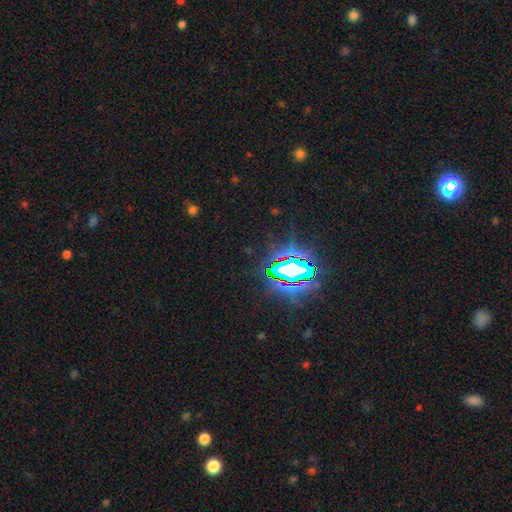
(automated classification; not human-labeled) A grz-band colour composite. It shows a star or artifact, not a galaxy (83%).